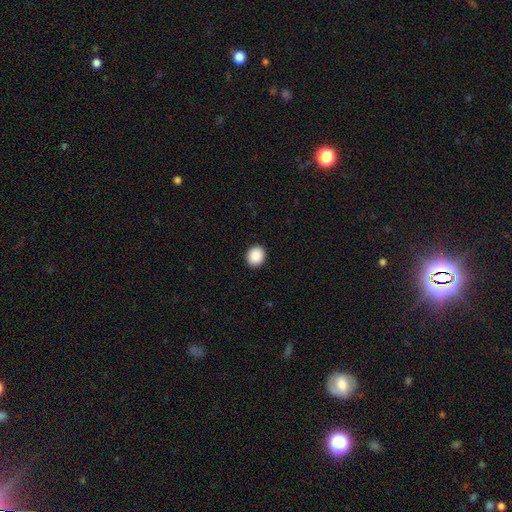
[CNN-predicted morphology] This is clearly a smooth galaxy (90%). How rounded: likely round (76%). Merging: clearly none (92%).